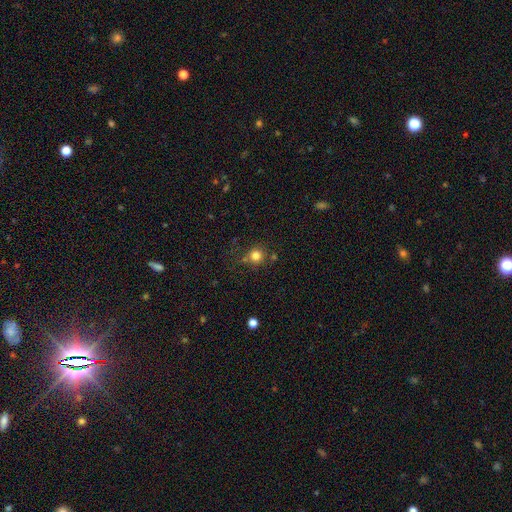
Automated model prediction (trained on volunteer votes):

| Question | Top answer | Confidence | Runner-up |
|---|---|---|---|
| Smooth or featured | smooth | 80% | star or artifact (13%) |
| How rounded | round | 93% | in between (7%) |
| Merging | none | 74% | minor disturbance (12%) |